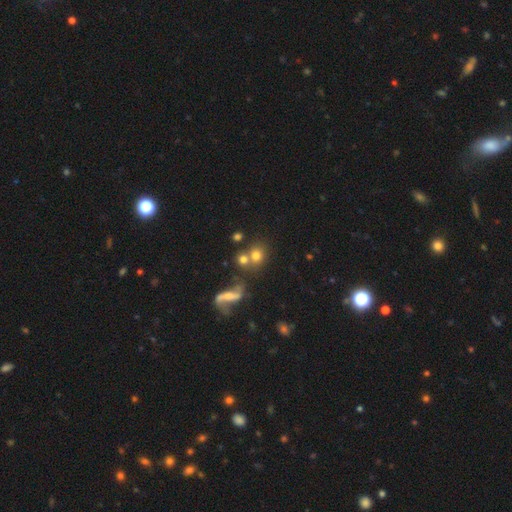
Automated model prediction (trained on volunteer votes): Smooth or featured? smooth (70%)
How rounded? round (80%)
Merging? none (50%)